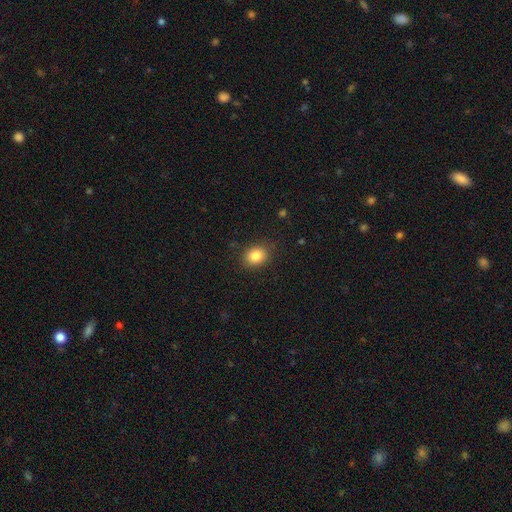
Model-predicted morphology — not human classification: The model was most divided on "how rounded": round: 50%, in between: 49%, cigar-shaped: 1%. More confident: merging — none (86%); smooth or featured — smooth (84%).